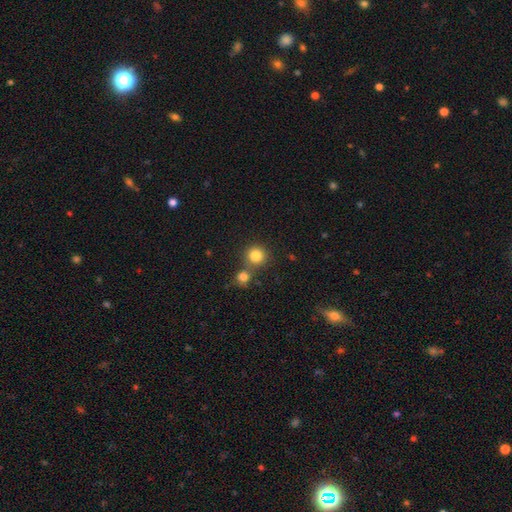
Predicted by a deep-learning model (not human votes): smooth 83%, star or artifact 11%, featured or disk 6%. Down the decision tree: how rounded — round (91%); merging — none (63%).